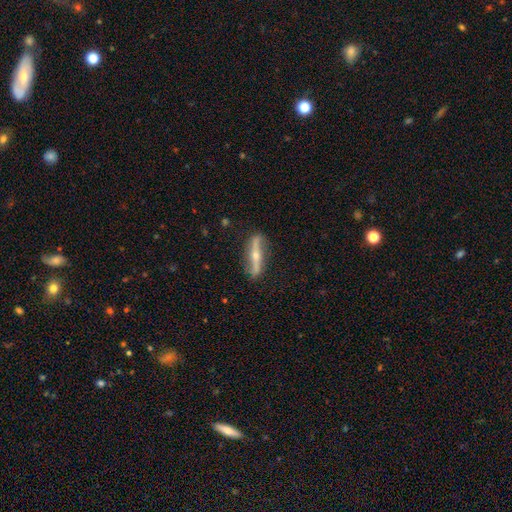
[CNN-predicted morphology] A featured or disk galaxy (75%) viewed edge-on (64%).

Vote fractions:
- Smooth or featured? featured or disk: 75% / smooth: 20% / star or artifact: 5%
- Edge-on disk? yes: 64% / no: 36%
- Merging? none: 84% / minor disturbance: 12% / major disturbance: 3% / merger: 1%